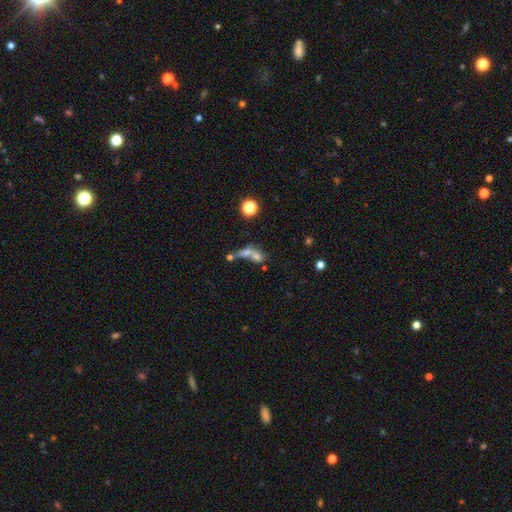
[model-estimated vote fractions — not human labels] smooth 58%, featured or disk 24%, star or artifact 17%. Down the decision tree: how rounded — in between (49%); merging — merger (62%).